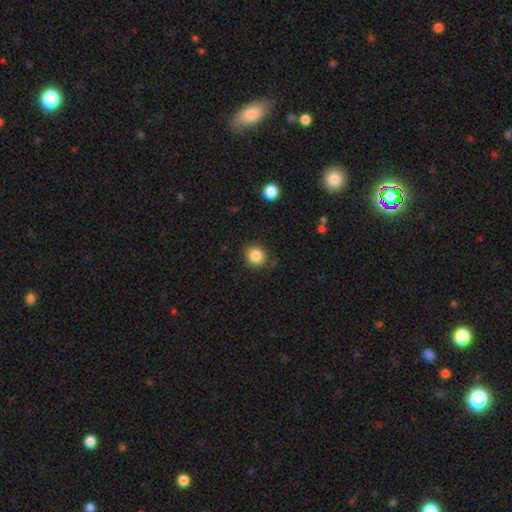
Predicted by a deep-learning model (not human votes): smooth-or-featured: smooth: 85% | star or artifact: 10% | featured or disk: 4%
  how-rounded: round: 87% | in between: 12% | cigar-shaped: 1%
  merging: none: 83% | minor disturbance: 11% | major disturbance: 3% | merger: 2%